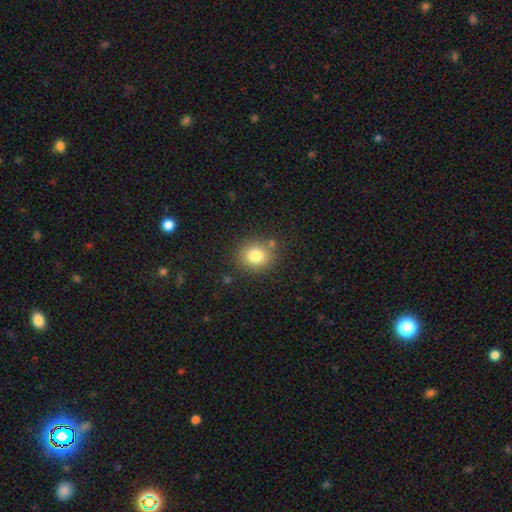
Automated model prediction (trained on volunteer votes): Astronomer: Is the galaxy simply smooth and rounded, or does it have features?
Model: smooth — 80%.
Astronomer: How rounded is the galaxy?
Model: round — 78%.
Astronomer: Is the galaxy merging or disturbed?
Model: none — 81%.